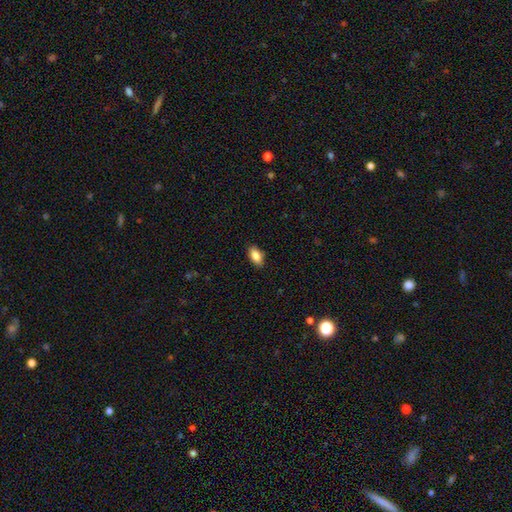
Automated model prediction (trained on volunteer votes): Smooth or featured?
  - smooth: 86% *
  - star or artifact: 7%
  - featured or disk: 7%
How rounded?
  - in between: 90% *
  - cigar-shaped: 5%
  - round: 5%
Merging?
  - none: 87% *
  - minor disturbance: 10%
  - major disturbance: 2%
  - merger: 1%